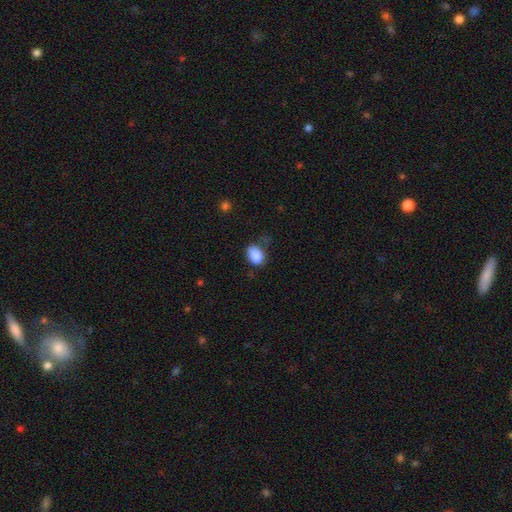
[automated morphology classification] smooth-or-featured: smooth: 87% | star or artifact: 8% | featured or disk: 5%
  how-rounded: in between: 76% | round: 23% | cigar-shaped: 1%
  merging: none: 54% | minor disturbance: 32% | major disturbance: 10% | merger: 4%